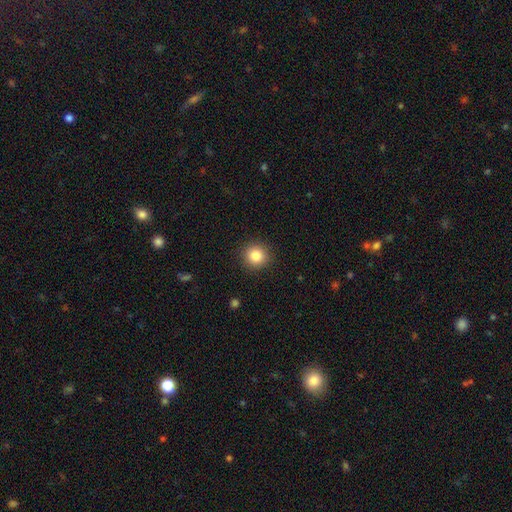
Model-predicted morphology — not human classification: smooth-or-featured: smooth: 84% | star or artifact: 10% | featured or disk: 5%
  how-rounded: round: 93% | in between: 6% | cigar-shaped: 1%
  merging: none: 91% | minor disturbance: 6% | major disturbance: 2% | merger: 1%